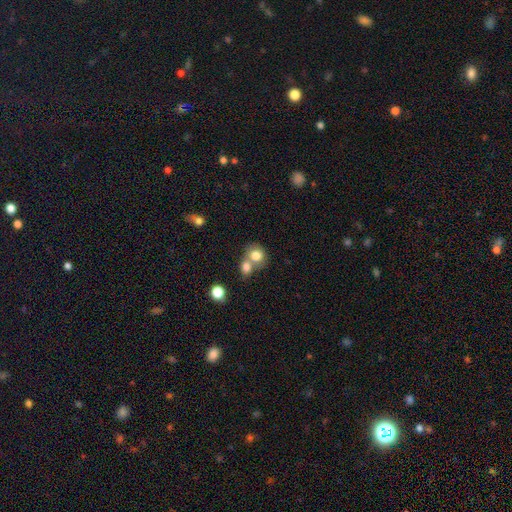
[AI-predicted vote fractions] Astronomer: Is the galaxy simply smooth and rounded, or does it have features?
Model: smooth — 79%.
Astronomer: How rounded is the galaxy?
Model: round — 74%.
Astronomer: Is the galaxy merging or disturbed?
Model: merger — 53% (runner-up: none, 36%).